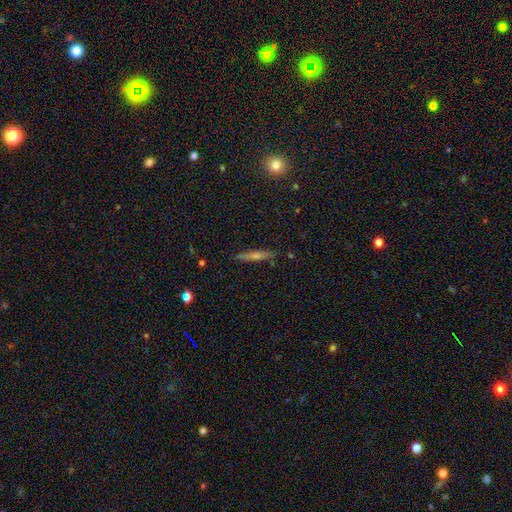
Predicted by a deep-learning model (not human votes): smooth-or-featured: featured or disk: 51% | smooth: 39% | star or artifact: 11%
  disk-edge-on: yes: 95% | no: 5%
  merging: none: 88% | minor disturbance: 8% | major disturbance: 2% | merger: 2%